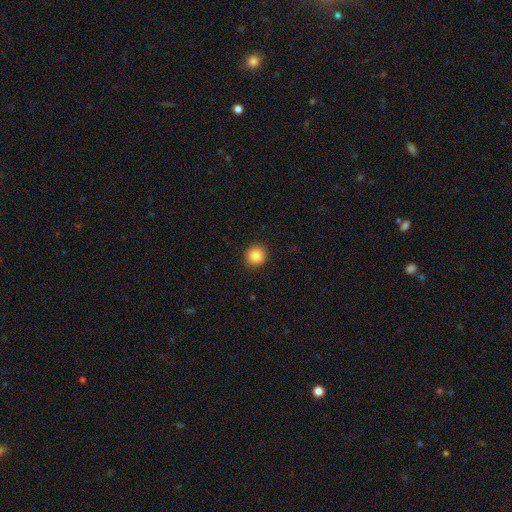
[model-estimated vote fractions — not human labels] This is clearly a smooth galaxy (85%). How rounded: clearly round (92%). Merging: clearly none (91%).